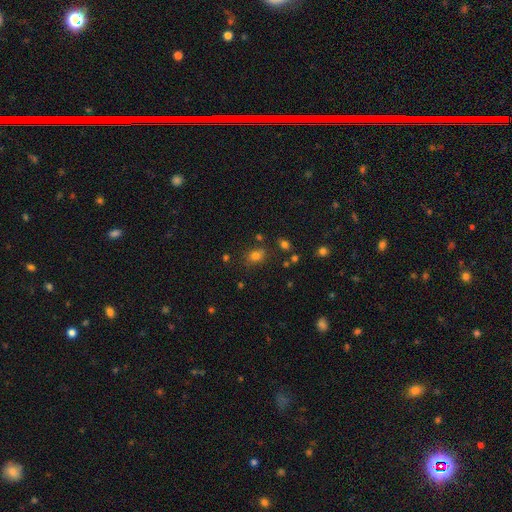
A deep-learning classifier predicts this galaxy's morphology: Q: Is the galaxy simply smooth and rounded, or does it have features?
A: smooth — 74%.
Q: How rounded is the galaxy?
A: in between — 52%.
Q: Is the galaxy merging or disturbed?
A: none — 74%.